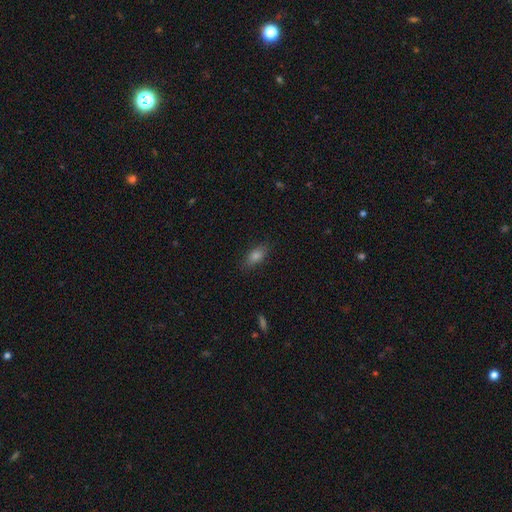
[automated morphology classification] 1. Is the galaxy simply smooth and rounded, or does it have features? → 76% smooth, 12% star or artifact, 12% featured or disk.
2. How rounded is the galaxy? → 80% in between, 13% cigar-shaped, 6% round.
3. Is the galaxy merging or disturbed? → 84% none, 12% minor disturbance, 3% major disturbance, 1% merger.